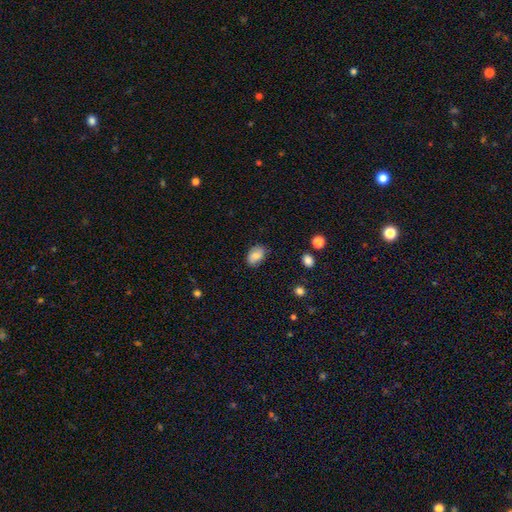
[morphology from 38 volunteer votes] Smooth or featured? 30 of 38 (79%) said smooth. How rounded? 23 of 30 (77%) said in between. Merging? 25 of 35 (71%) said none.